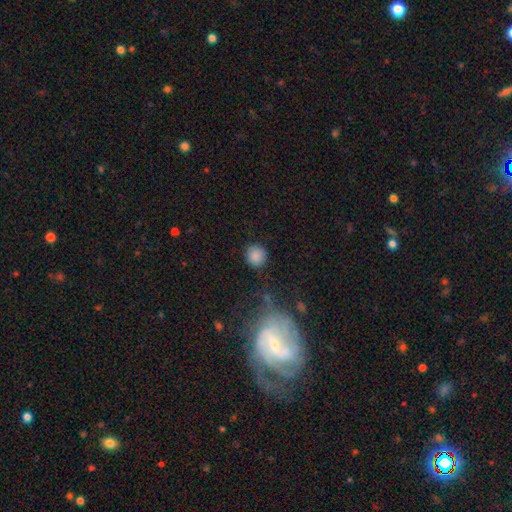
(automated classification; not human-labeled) Q: Smooth or featured?
A: smooth (83%); runner-up: star or artifact (12%)
Q: How rounded?
A: round (89%); runner-up: in between (10%)
Q: Merging?
A: none (85%); runner-up: minor disturbance (10%)